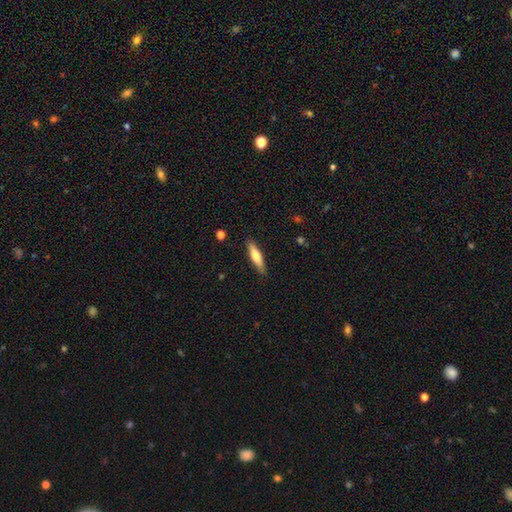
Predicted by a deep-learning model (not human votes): smooth-or-featured: smooth: 62% | featured or disk: 33% | star or artifact: 6%
  how-rounded: cigar-shaped: 76% | in between: 23% | round: 2%
  merging: none: 87% | minor disturbance: 10% | major disturbance: 2% | merger: 1%